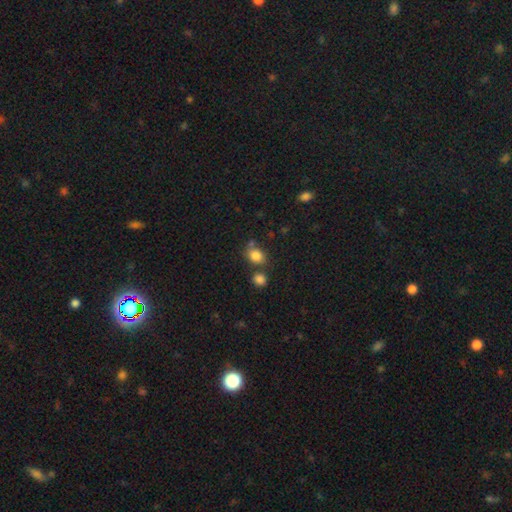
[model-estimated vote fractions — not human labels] A smooth galaxy with no disk features (82%) that is round (53%).

Vote fractions:
- Smooth or featured? smooth: 82% / star or artifact: 11% / featured or disk: 6%
- How rounded? round: 53% / in between: 46% / cigar-shaped: 1%
- Merging? none: 62% / merger: 20% / minor disturbance: 13% / major disturbance: 5%